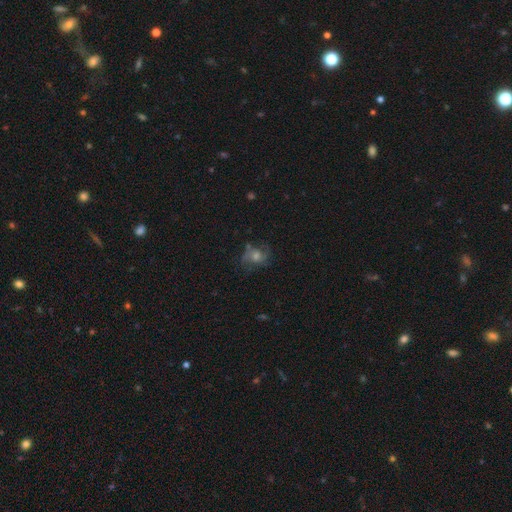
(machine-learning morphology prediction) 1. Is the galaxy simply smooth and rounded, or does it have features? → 49% featured or disk, 31% smooth, 20% star or artifact.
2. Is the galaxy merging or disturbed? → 62% none, 20% minor disturbance, 15% major disturbance, 3% merger.